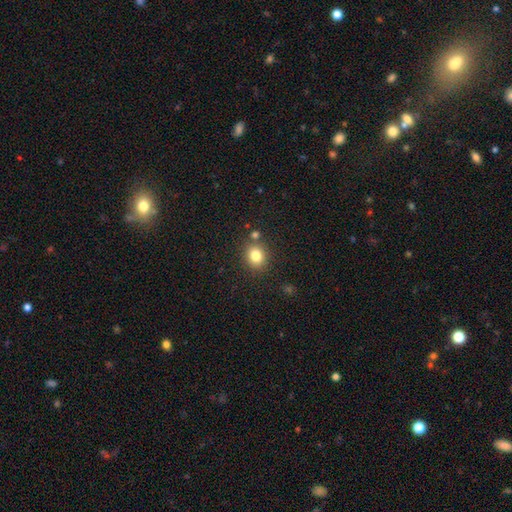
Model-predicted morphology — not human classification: Smooth or featured? smooth (82%)
How rounded? round (74%)
Merging? none (80%)